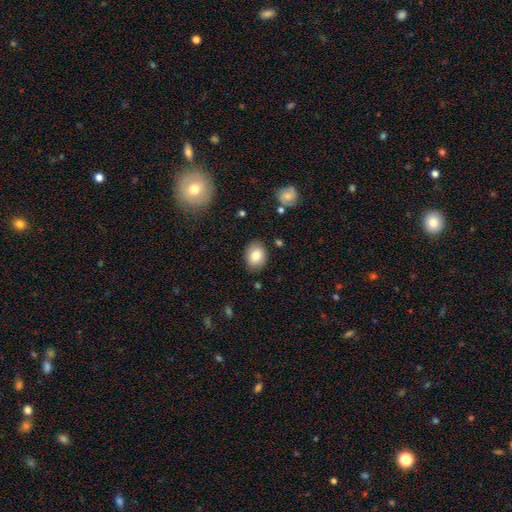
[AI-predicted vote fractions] Smooth or featured? Predicted: smooth (p=0.80). How rounded? Predicted: in between (p=0.59). Merging? Predicted: none (p=0.85).